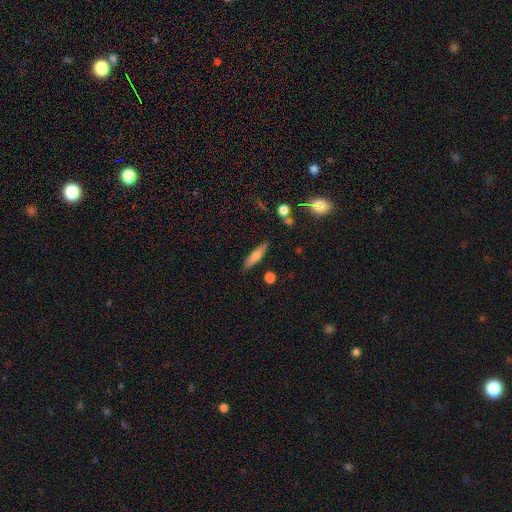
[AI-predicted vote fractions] smooth_or_featured: smooth (p=0.62) [alt: featured or disk p=0.30]
how_rounded: cigar-shaped (p=0.79) [alt: in between p=0.19]
merging: none (p=0.85) [alt: minor disturbance p=0.10]